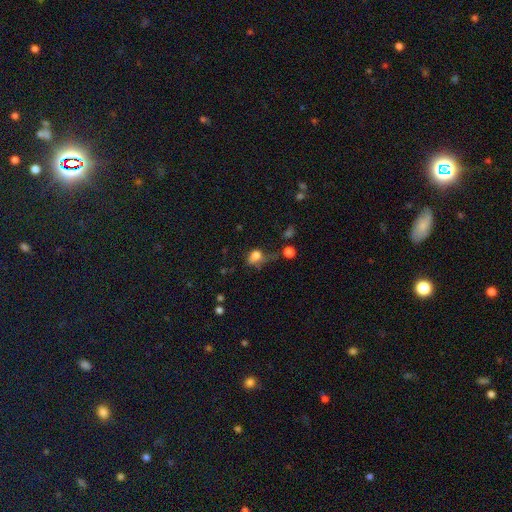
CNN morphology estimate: Smooth or featured?
  - smooth: 73% *
  - featured or disk: 14%
  - star or artifact: 13%
How rounded?
  - in between: 62% *
  - round: 35%
  - cigar-shaped: 2%
Merging?
  - major disturbance: 37% *
  - minor disturbance: 26%
  - none: 26%
  - merger: 11%